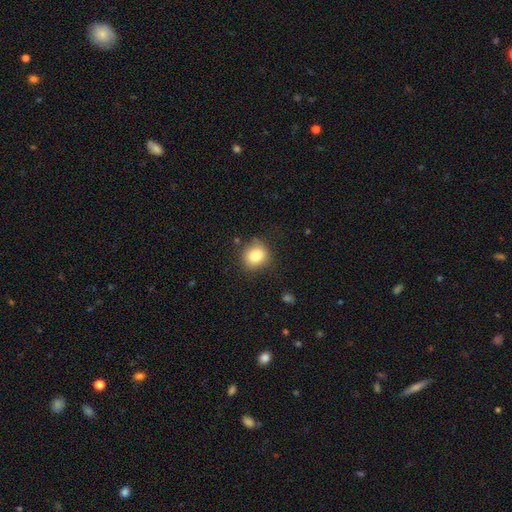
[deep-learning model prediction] A smooth galaxy with no disk features (83%) that is round (76%).

Vote fractions:
- Smooth or featured? smooth: 83% / star or artifact: 10% / featured or disk: 7%
- How rounded? round: 76% / in between: 23% / cigar-shaped: 1%
- Merging? none: 79% / minor disturbance: 16% / major disturbance: 4% / merger: 2%